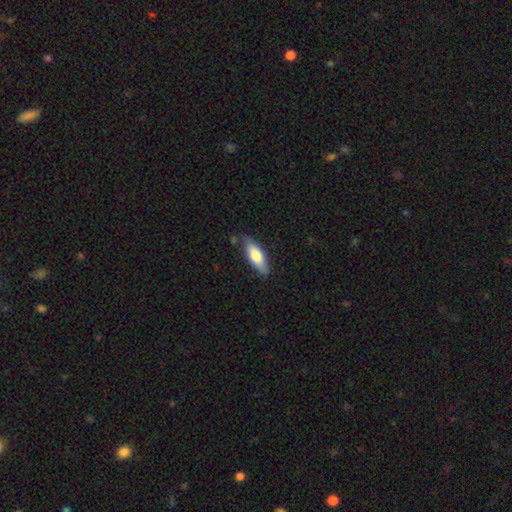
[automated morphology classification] smooth-or-featured: smooth: 73% | featured or disk: 21% | star or artifact: 6%
  how-rounded: in between: 62% | cigar-shaped: 36% | round: 2%
  merging: none: 76% | minor disturbance: 18% | major disturbance: 3% | merger: 2%